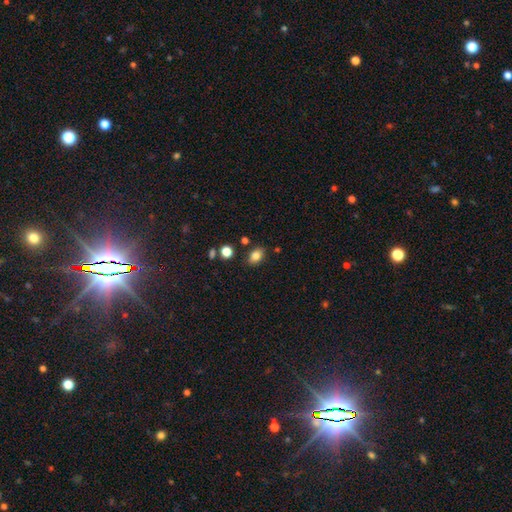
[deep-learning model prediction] This appears to be a smooth galaxy with no disk features (82%) that is in between round and cigar-shaped (78%). Merging: none (82%).